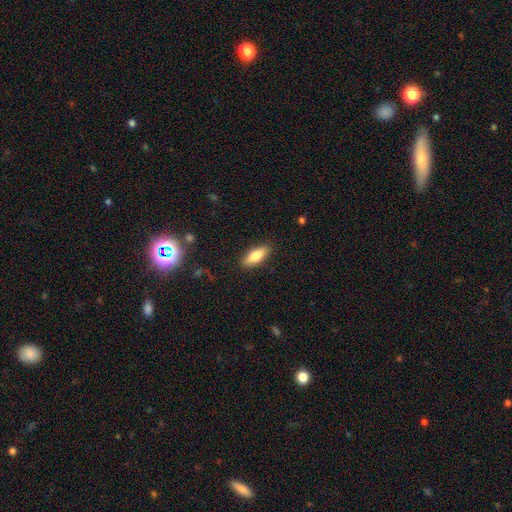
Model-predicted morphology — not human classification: Smooth or featured? smooth (78%)
How rounded? in between (70%)
Merging? none (88%)